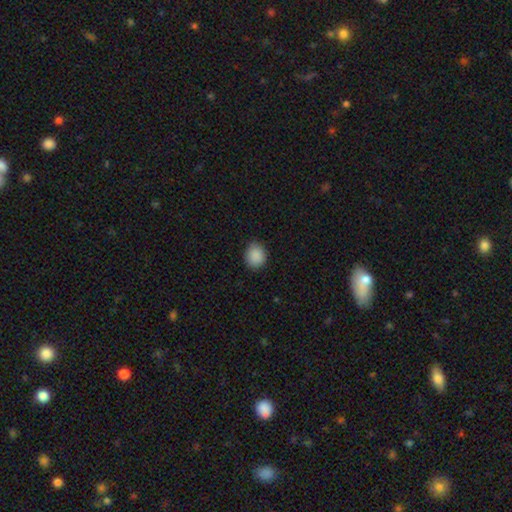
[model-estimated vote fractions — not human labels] Smooth or featured? smooth (89%)
How rounded? round (69%)
Merging? none (86%)